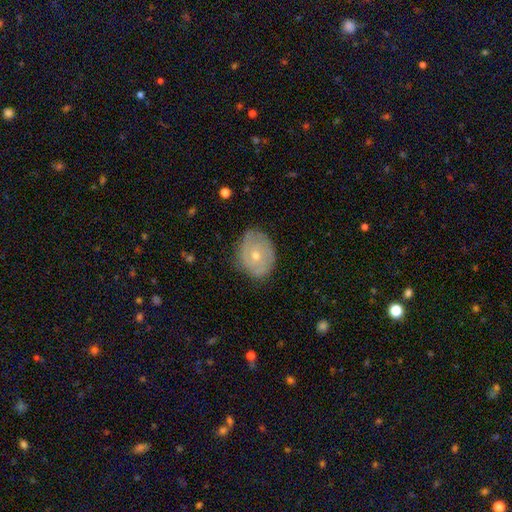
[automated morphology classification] smooth-or-featured: featured or disk: 63% | smooth: 30% | star or artifact: 7%
  disk-edge-on: no: 96% | yes: 4%
    bar: no: 78% | weak: 19% | strong: 3%
    has-spiral-arms: yes: 75% | no: 25%
    bulge-size: moderate: 51% | small: 46% | large: 1% | none: 1% | dominant: 1%
  merging: none: 72% | minor disturbance: 22% | major disturbance: 5% | merger: 1%